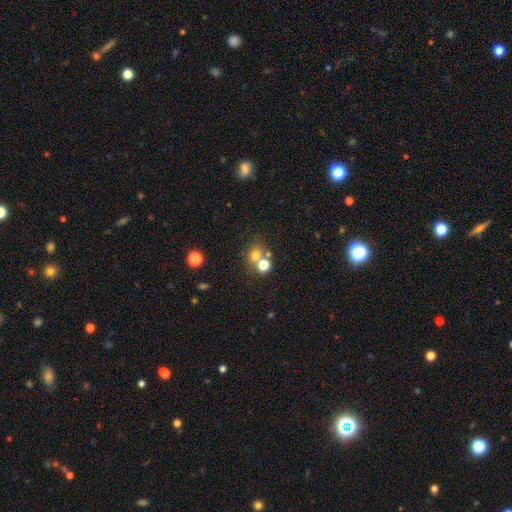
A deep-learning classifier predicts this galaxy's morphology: This appears to be a smooth galaxy with no disk features (69%) that is round (77%). Merging: none (53%).